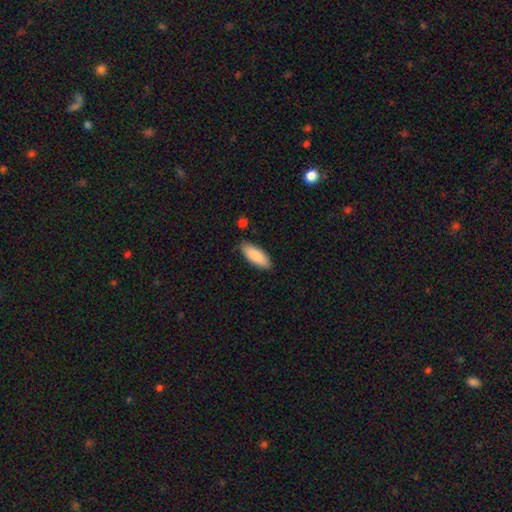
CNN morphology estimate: smooth-or-featured: smooth: 86% | featured or disk: 8% | star or artifact: 6%
  how-rounded: in between: 76% | cigar-shaped: 22% | round: 2%
  merging: none: 83% | minor disturbance: 13% | major disturbance: 2% | merger: 2%